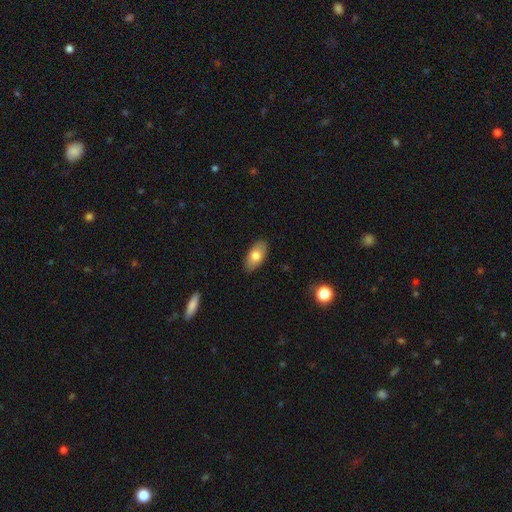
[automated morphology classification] Smooth or featured? Predicted: smooth (p=0.75). How rounded? Predicted: in between (p=0.93). Merging? Predicted: none (p=0.87).